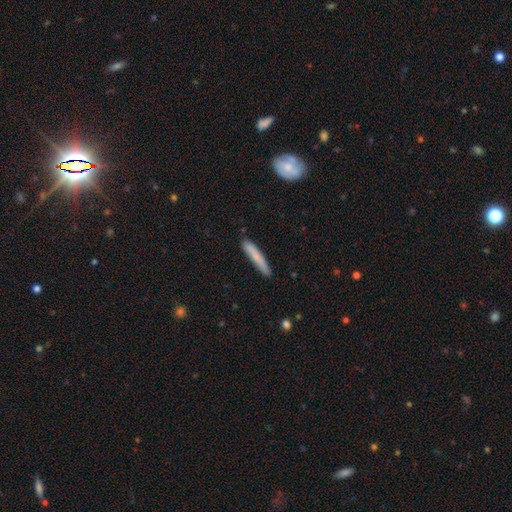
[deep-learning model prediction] Morphology: type=smooth (77%); roundness=cigar-shaped (94%); merging=none (85%).